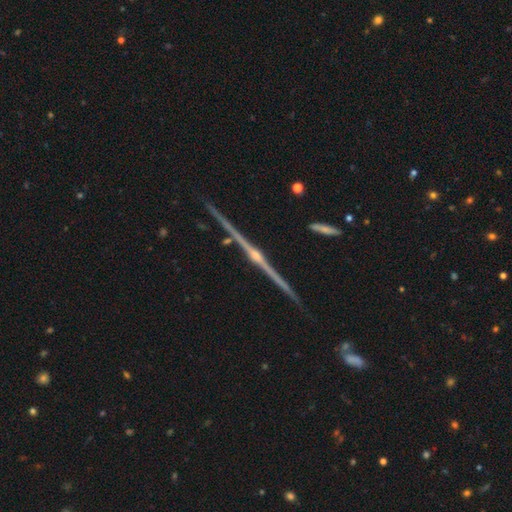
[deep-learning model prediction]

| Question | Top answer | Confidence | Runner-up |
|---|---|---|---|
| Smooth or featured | featured or disk | 91% | star or artifact (5%) |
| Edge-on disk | yes | 99% | no (1%) |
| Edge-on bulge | rounded | 89% | none (6%) |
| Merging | none | 90% | minor disturbance (7%) |